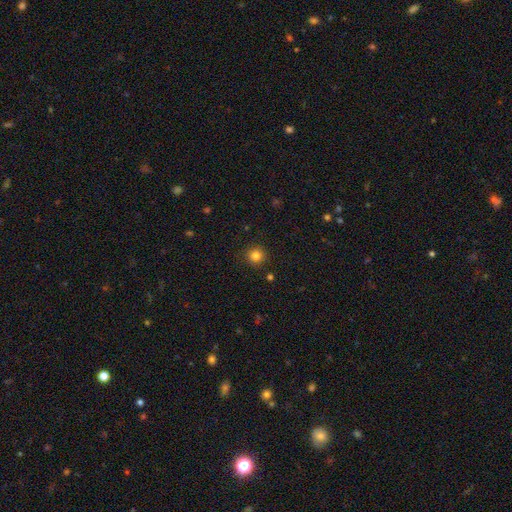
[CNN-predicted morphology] Smooth or featured: smooth — 82% (star or artifact — 12%)
How rounded: round — 95% (in between — 4%)
Merging: none — 91% (minor disturbance — 6%)